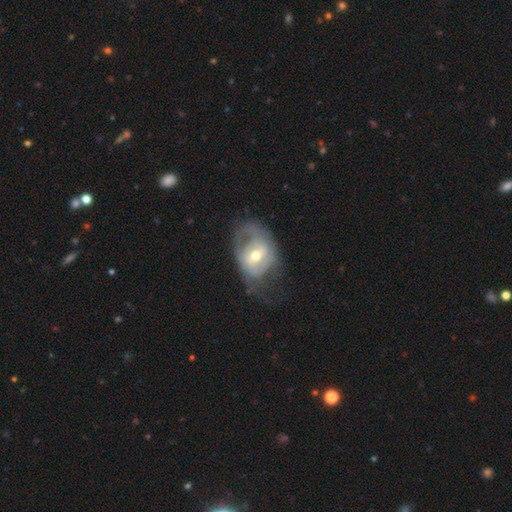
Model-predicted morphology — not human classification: Overall: featured or disk (65%; smooth 28%). Edge-on disk: no (95%). Bar: weak (41%; no 39%). Spiral arms: yes (62%; no 38%). Bulge size: moderate (65%; small 27%). Merging: none (41%; major disturbance 31%).